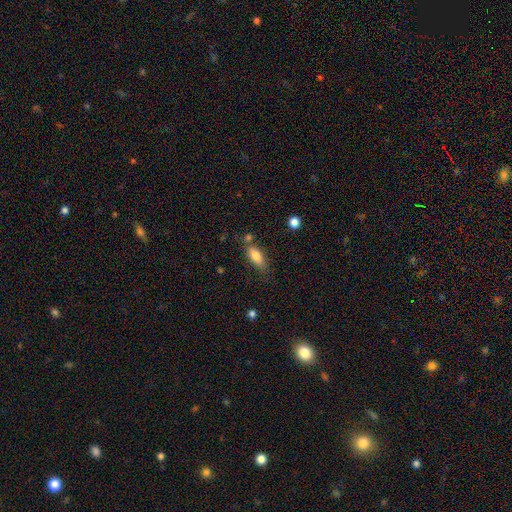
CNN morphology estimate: Overall: smooth (77%). How rounded: in between (74%). Merging: none (66%).